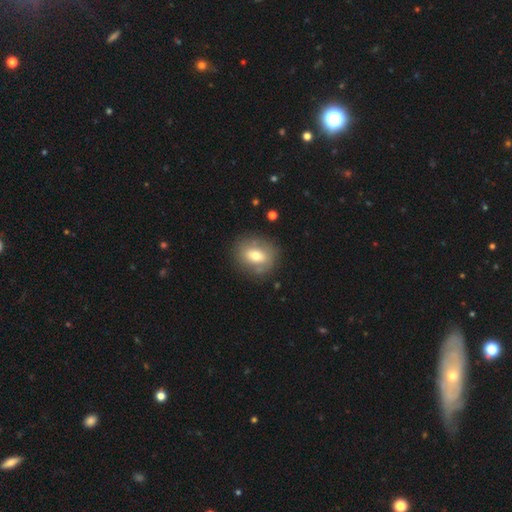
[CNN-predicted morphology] Smooth or featured?
  - smooth: 62% *
  - featured or disk: 29%
  - star or artifact: 9%
How rounded?
  - round: 52% *
  - in between: 46%
  - cigar-shaped: 1%
Merging?
  - none: 77% *
  - minor disturbance: 15%
  - major disturbance: 6%
  - merger: 2%